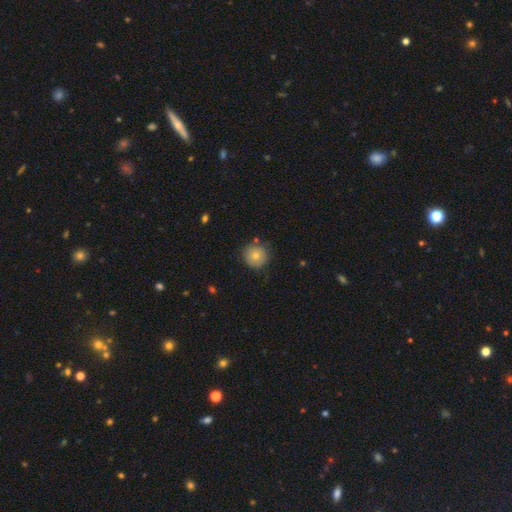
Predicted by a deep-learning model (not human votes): Q: Smooth or featured?
A: smooth (75%); runner-up: featured or disk (17%)
Q: How rounded?
A: round (93%); runner-up: in between (6%)
Q: Merging?
A: none (80%); runner-up: minor disturbance (15%)